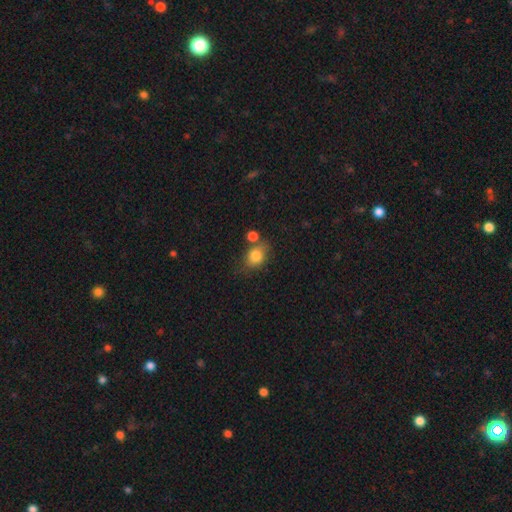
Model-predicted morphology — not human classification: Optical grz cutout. It shows a smooth galaxy with no disk features (81%) that is round (50%). Merging: none (59%).